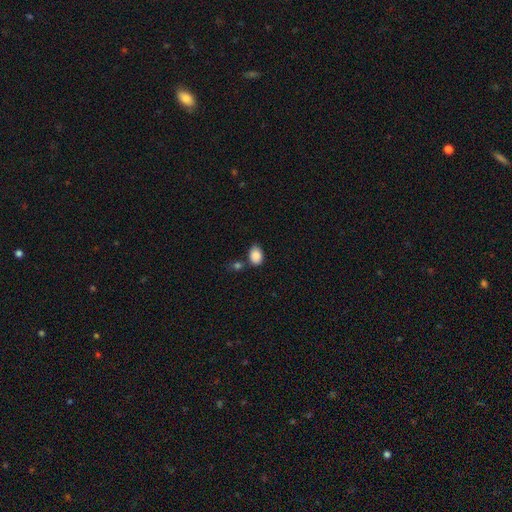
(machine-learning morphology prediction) Smooth or featured: smooth — 88% (star or artifact — 8%)
How rounded: in between — 79% (round — 20%)
Merging: none — 66% (minor disturbance — 18%)